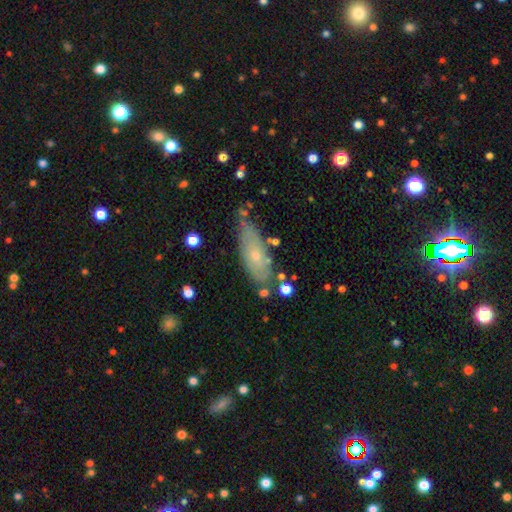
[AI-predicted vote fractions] Smooth or featured: smooth — 53% (featured or disk — 40%)
How rounded: in between — 68% (cigar-shaped — 29%)
Merging: none — 63% (minor disturbance — 25%)